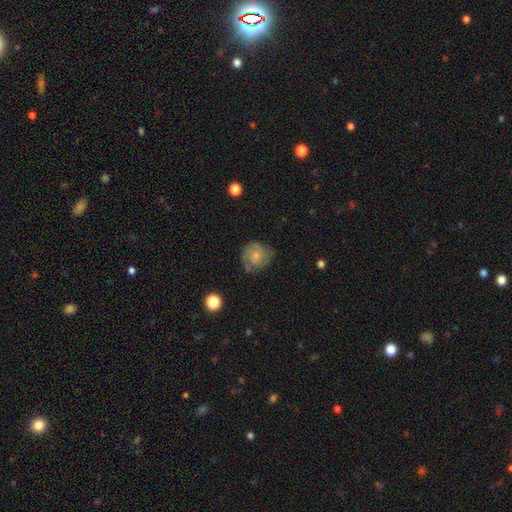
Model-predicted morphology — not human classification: smooth_or_featured: featured or disk (p=0.49) [alt: smooth p=0.43]
merging: none (p=0.61) [alt: minor disturbance p=0.27]